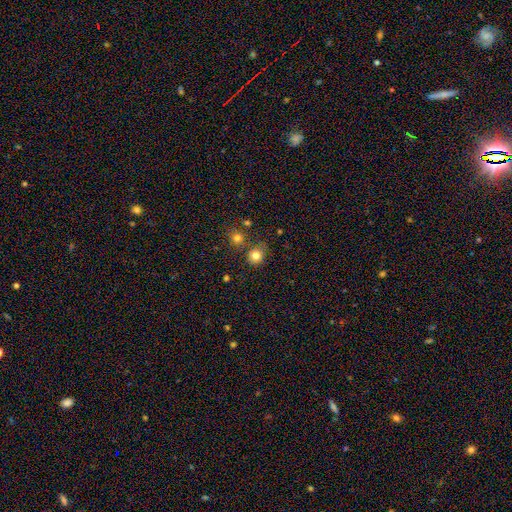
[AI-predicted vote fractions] Morphology: type=smooth (81%); roundness=round (83%); merging=none (72%).